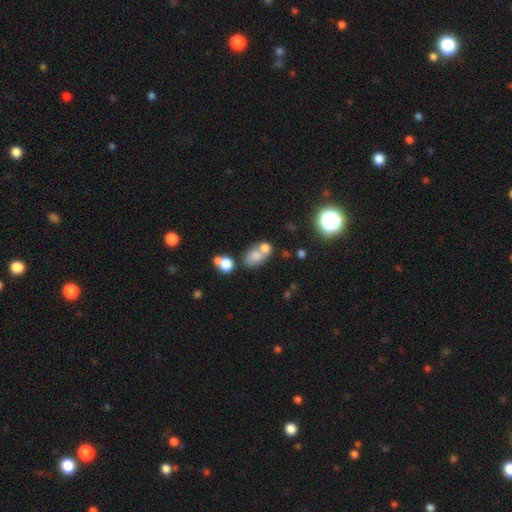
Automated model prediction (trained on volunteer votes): Morphology: type=smooth (69%); roundness=in between (74%); merging=merger (50%).